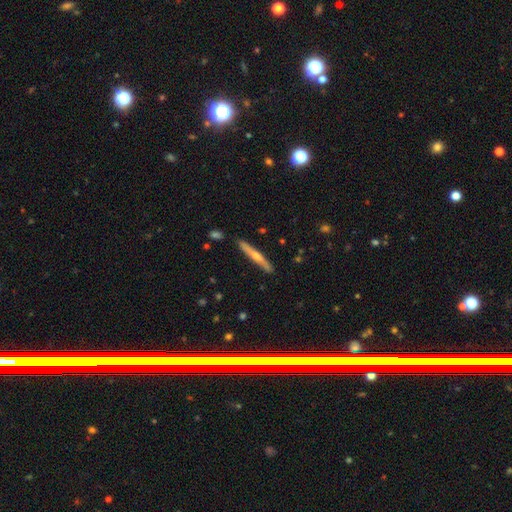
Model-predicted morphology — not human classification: Smooth or featured? featured or disk (51%)
Edge-on disk? yes (95%)
Merging? none (87%)